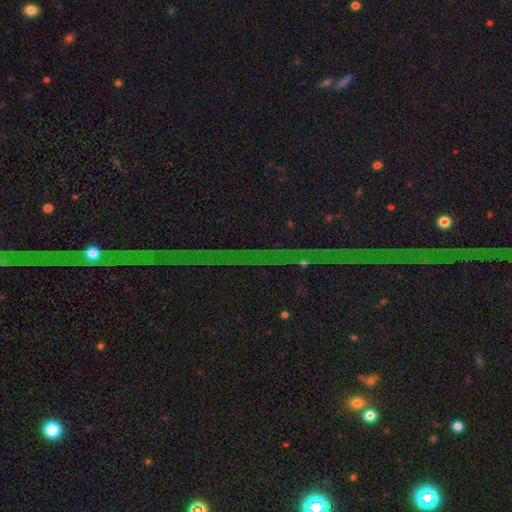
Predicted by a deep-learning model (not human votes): Smooth or featured? star or artifact (82%)